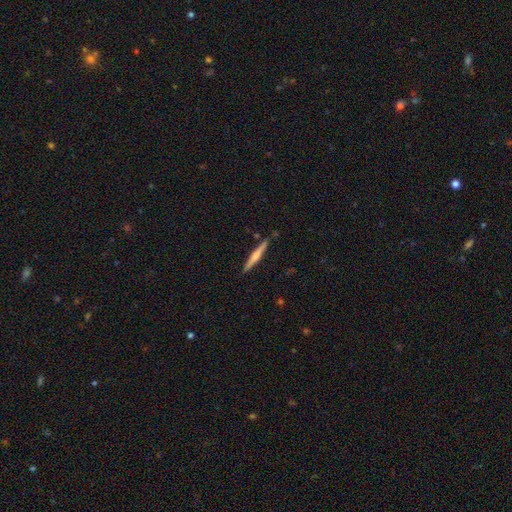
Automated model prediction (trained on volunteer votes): smooth-or-featured: featured or disk: 59% | smooth: 35% | star or artifact: 5%
  disk-edge-on: yes: 98% | no: 2%
    edge-on-bulge: rounded: 74% | none: 15% | boxy: 11%
  merging: none: 89% | minor disturbance: 8% | merger: 2% | major disturbance: 1%